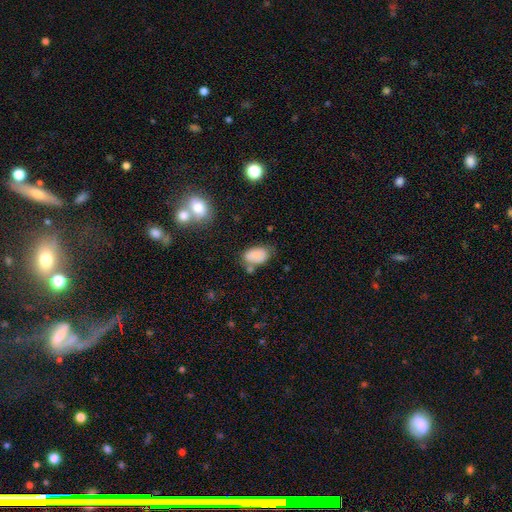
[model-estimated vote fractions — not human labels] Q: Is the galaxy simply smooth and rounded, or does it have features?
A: smooth — 82%.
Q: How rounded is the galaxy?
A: in between — 91%.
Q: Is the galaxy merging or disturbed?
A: none — 52%.